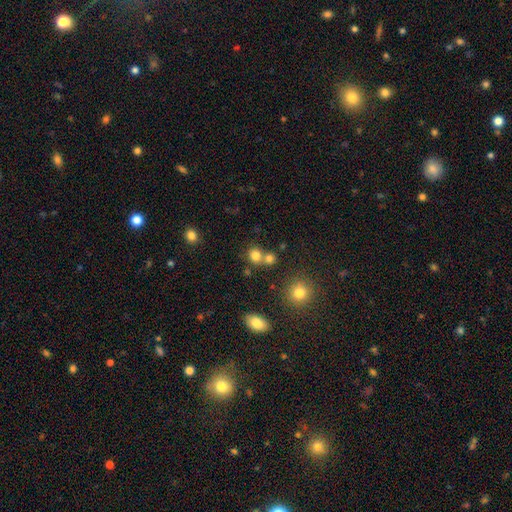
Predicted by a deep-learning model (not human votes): This is likely a smooth galaxy (78%). How rounded: clearly round (84%). Merging: possibly none (53%).